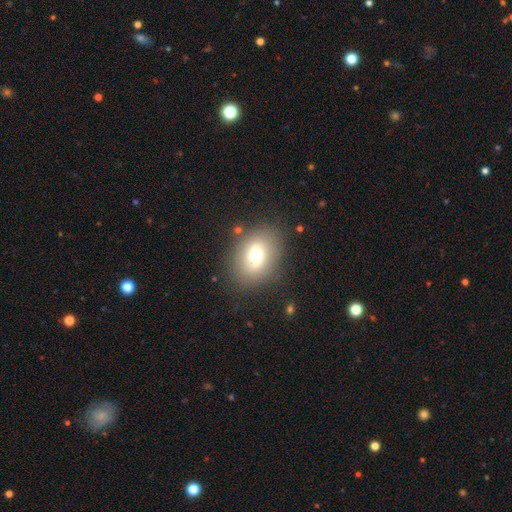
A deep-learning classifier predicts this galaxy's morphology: Smooth or featured?
  - smooth: 71% *
  - featured or disk: 18%
  - star or artifact: 11%
How rounded?
  - in between: 63% *
  - round: 36%
  - cigar-shaped: 1%
Merging?
  - none: 81% *
  - minor disturbance: 11%
  - major disturbance: 5%
  - merger: 3%